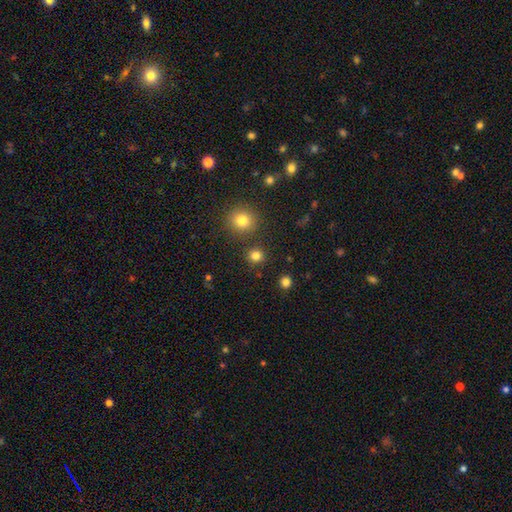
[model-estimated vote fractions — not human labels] The model was most divided on "smooth or featured": smooth: 82%, star or artifact: 14%, featured or disk: 4%. More confident: how rounded — round (91%); merging — none (88%).